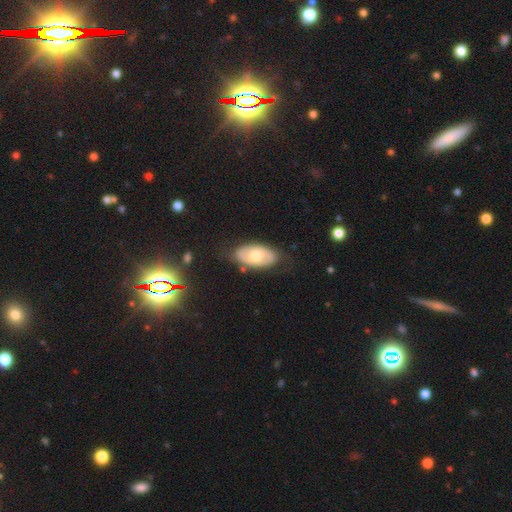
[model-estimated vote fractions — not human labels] This is possibly a smooth galaxy (48%). Merging: likely none (77%).